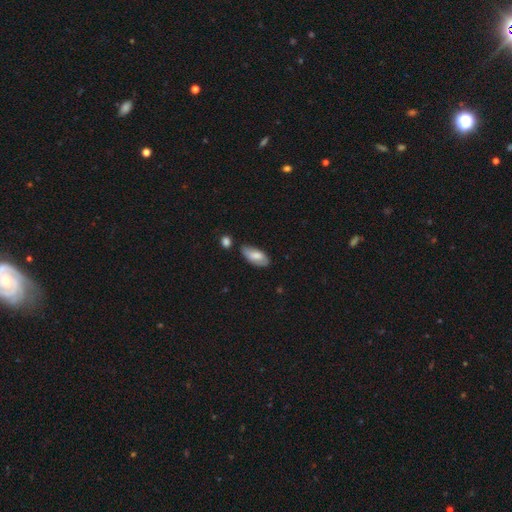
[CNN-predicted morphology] This is likely a smooth galaxy (74%). How rounded: clearly in between (89%). Merging: likely none (65%).